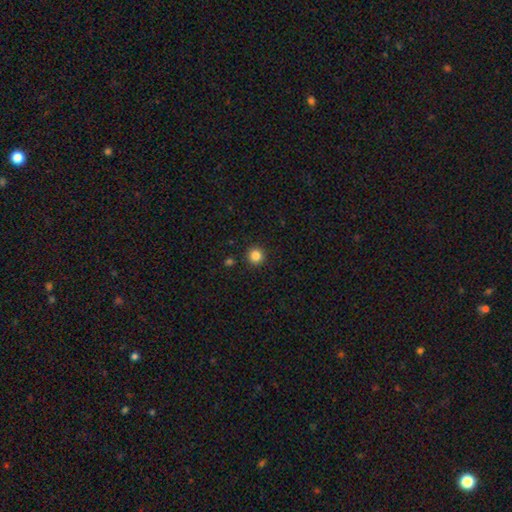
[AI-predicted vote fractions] A smooth galaxy with no disk features (85%) that is round (95%). Merging: none (92%).